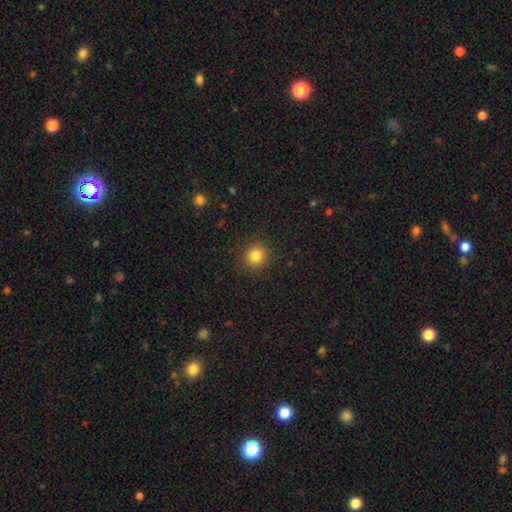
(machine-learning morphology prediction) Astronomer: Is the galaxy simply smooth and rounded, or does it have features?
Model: smooth — 83%.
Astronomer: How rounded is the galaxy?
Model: round — 91%.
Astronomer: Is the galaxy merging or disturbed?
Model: none — 90%.